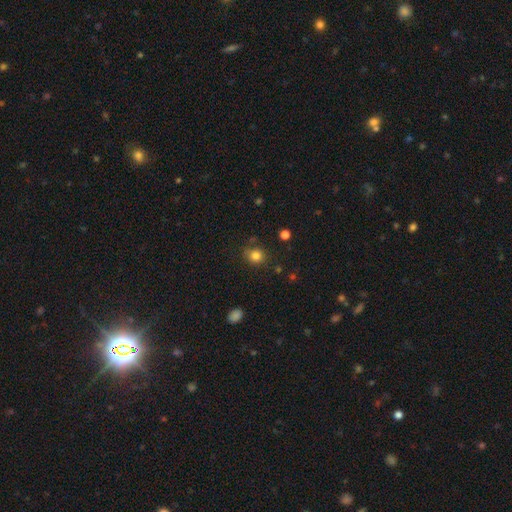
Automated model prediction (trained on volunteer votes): This appears to be a smooth galaxy with no disk features (82%) that is round (83%). Merging: none (79%).